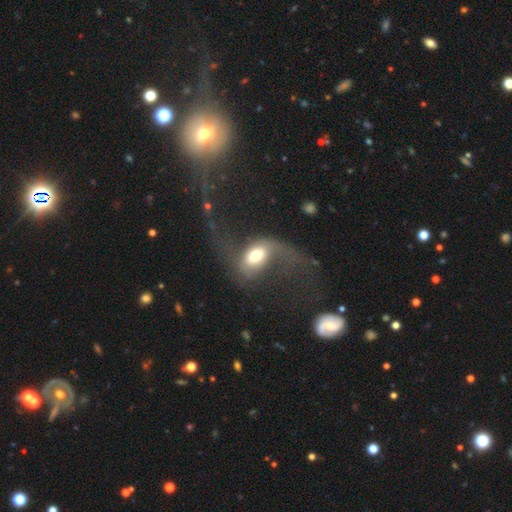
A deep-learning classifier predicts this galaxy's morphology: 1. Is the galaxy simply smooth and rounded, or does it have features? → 46% featured or disk, 45% smooth, 8% star or artifact.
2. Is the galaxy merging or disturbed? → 53% major disturbance, 27% none, 14% minor disturbance, 5% merger.